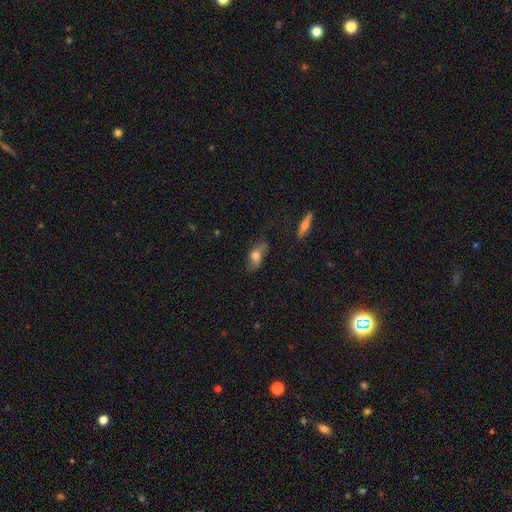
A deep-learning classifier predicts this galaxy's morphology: This appears to be a smooth galaxy with no disk features (59%) that is in between round and cigar-shaped (76%). Merging: none (62%).